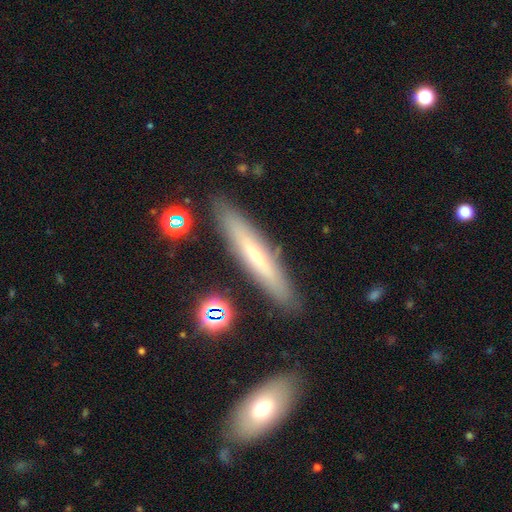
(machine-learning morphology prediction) This appears to be a featured or disk galaxy (48%). Merging: none (87%).